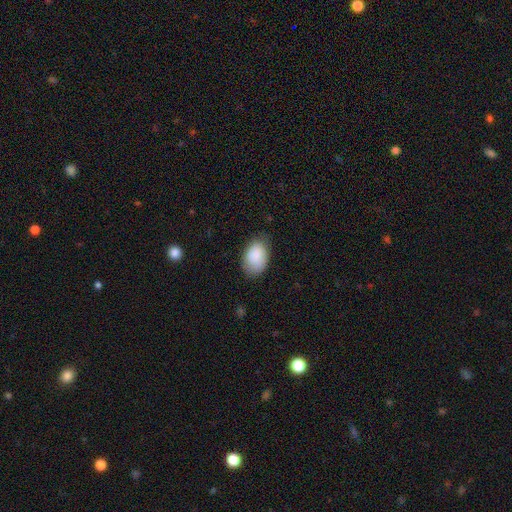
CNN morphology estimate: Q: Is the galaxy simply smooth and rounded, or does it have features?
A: smooth — 86%.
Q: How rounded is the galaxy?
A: in between — 88%.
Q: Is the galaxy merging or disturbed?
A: none — 69%.